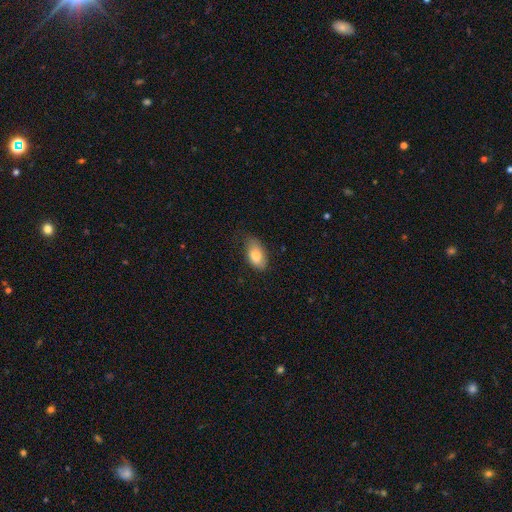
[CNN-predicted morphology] Q: Smooth or featured?
A: smooth (81%); runner-up: featured or disk (12%)
Q: How rounded?
A: in between (92%); runner-up: round (5%)
Q: Merging?
A: none (64%); runner-up: minor disturbance (28%)